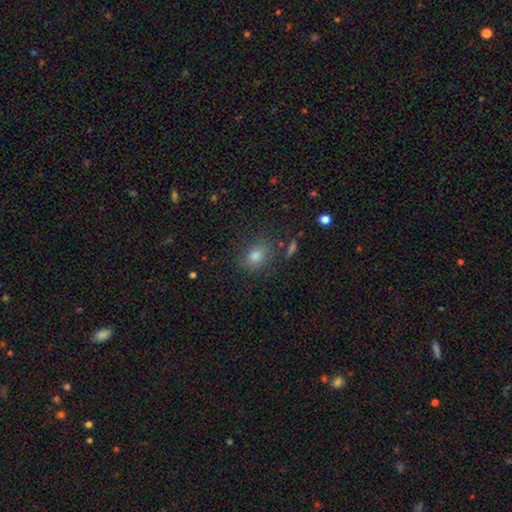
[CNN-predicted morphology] This is likely a smooth galaxy (77%). How rounded: possibly in between (56%). Merging: likely none (79%).